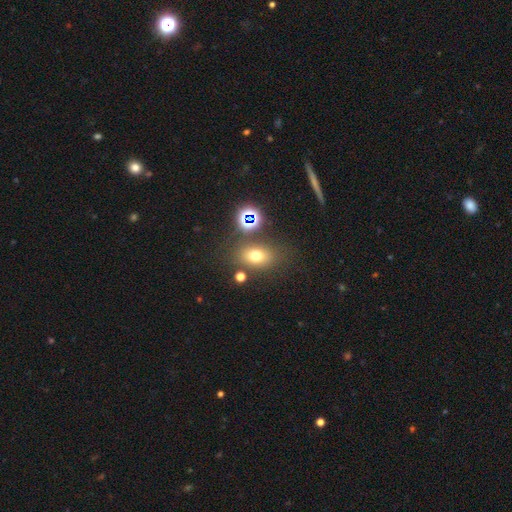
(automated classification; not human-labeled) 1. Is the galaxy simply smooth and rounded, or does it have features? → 66% smooth, 21% star or artifact, 12% featured or disk.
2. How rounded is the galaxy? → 65% in between, 33% round, 2% cigar-shaped.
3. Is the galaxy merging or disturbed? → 73% none, 13% minor disturbance, 9% merger, 6% major disturbance.